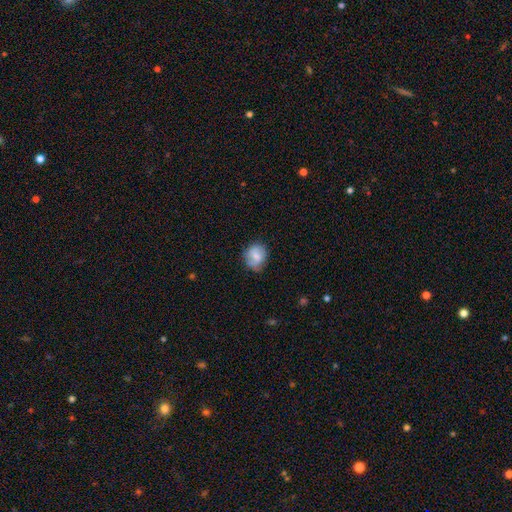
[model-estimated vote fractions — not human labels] Smooth or featured? Predicted: smooth (p=0.65). How rounded? Predicted: round (p=0.68). Merging? Predicted: none (p=0.67).